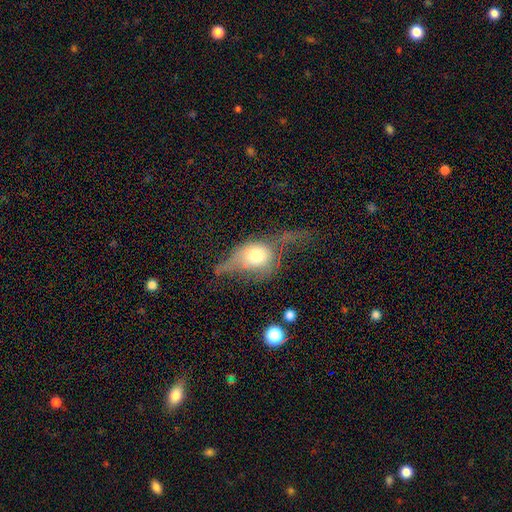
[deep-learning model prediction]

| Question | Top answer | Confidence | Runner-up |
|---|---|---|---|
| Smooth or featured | featured or disk | 49% | smooth (42%) |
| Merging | major disturbance | 49% | none (23%) |